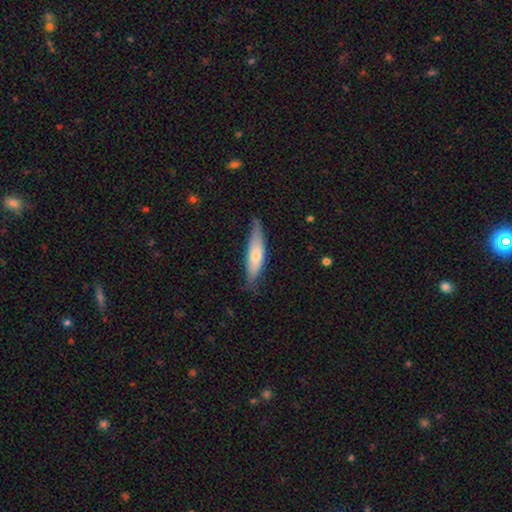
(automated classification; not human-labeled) A smooth galaxy with no disk features (61%) that is cigar-shaped (72%).

Vote fractions:
- Smooth or featured? smooth: 61% / featured or disk: 34% / star or artifact: 6%
- How rounded? cigar-shaped: 72% / in between: 26% / round: 2%
- Merging? none: 70% / minor disturbance: 24% / major disturbance: 4% / merger: 1%